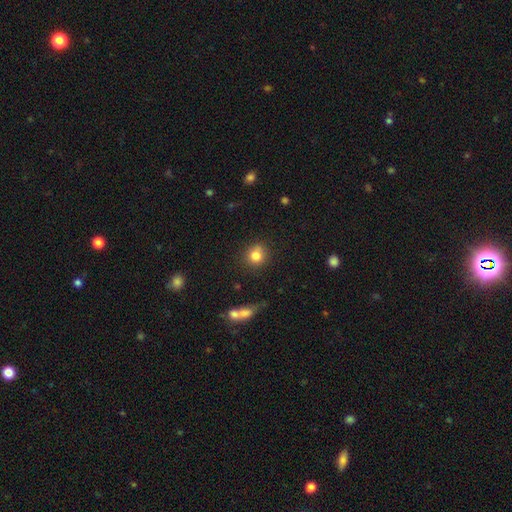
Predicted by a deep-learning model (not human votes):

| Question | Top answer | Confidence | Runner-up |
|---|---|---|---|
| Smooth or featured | smooth | 82% | star or artifact (11%) |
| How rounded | round | 86% | in between (13%) |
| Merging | none | 80% | minor disturbance (12%) |